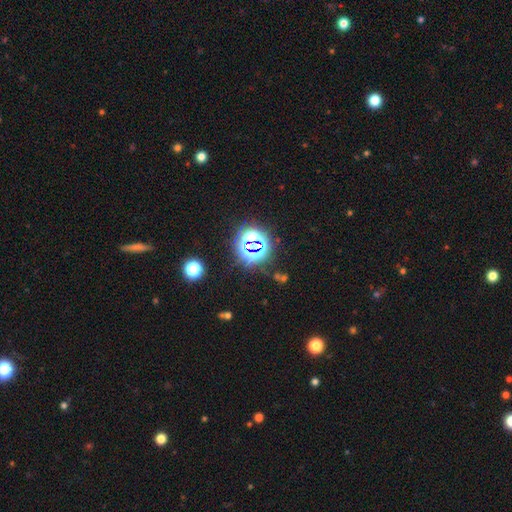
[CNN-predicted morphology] The model was most divided on "smooth or featured": star or artifact: 80%, smooth: 13%, featured or disk: 7%.